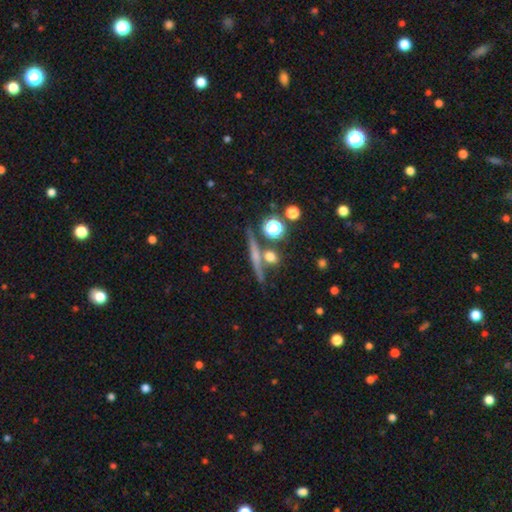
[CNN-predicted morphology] This is possibly a featured or disk galaxy (52%). It is clearly viewed edge-on (91%). Merging: likely none (74%).